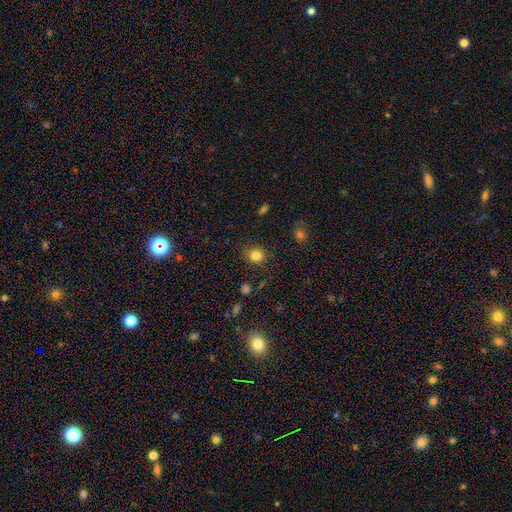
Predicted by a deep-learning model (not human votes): A smooth galaxy with no disk features (82%) that is round (81%). Merging: none (86%).